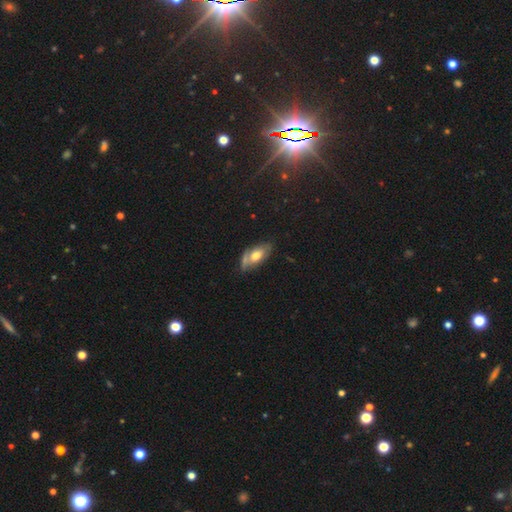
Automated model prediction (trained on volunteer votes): Morphology: type=smooth (53%); roundness=in between (86%); merging=none (54%).